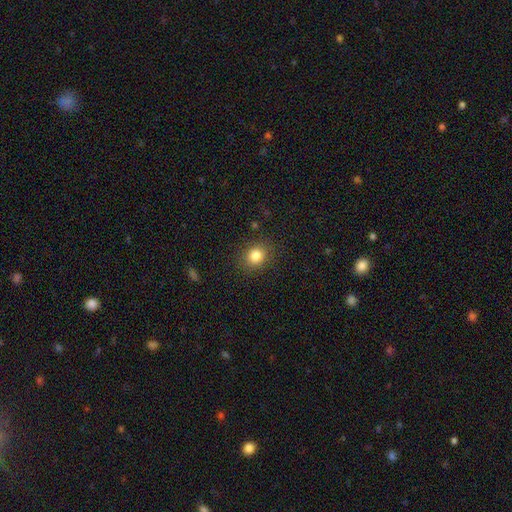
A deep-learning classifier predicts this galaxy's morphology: This appears to be a smooth galaxy with no disk features (83%) that is round (73%). Merging: none (87%).